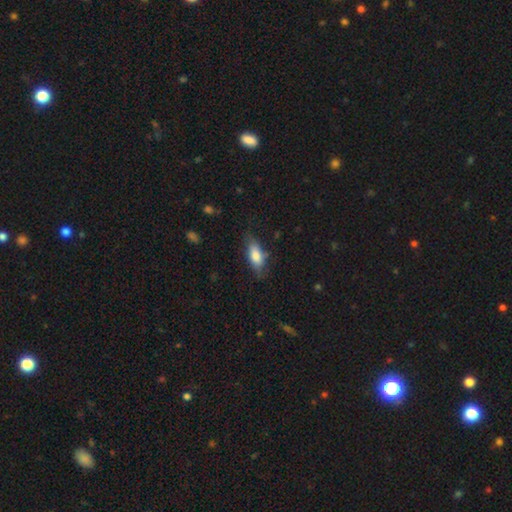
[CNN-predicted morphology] type=smooth (79%); roundness=in between (80%); merging=none (69%).